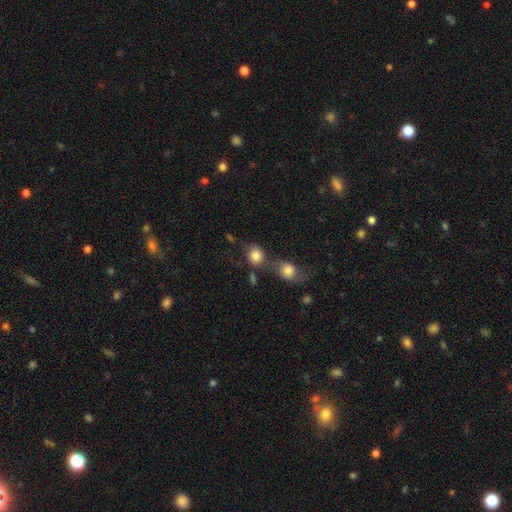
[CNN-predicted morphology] smooth_or_featured: smooth (p=0.82) [alt: featured or disk p=0.09]
how_rounded: round (p=0.72) [alt: in between p=0.26]
merging: merger (p=0.41) [tied with: none p=0.41]